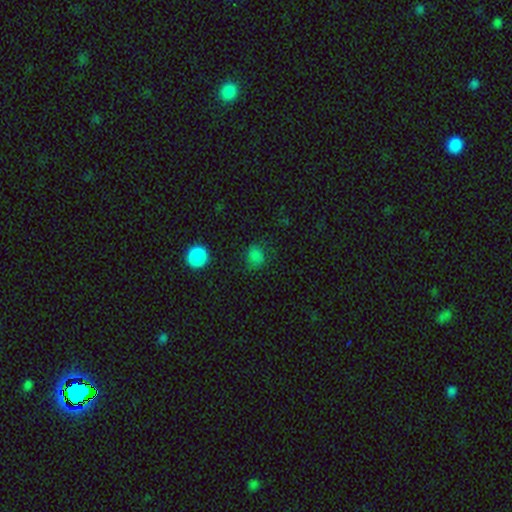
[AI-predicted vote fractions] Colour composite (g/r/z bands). It shows a smooth galaxy with no disk features (76%) that is round (69%). Merging: none (73%).